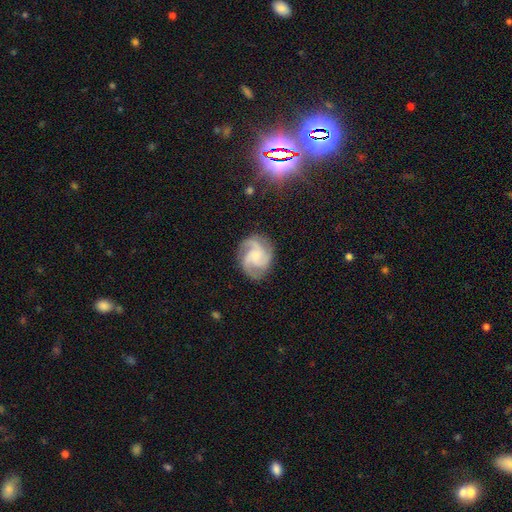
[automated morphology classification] This appears to be a featured or disk galaxy (86%) with no bar (67%), 3 (75%) medium (52%) spiral arms (98%) and a small central bulge (42%). Merging: none (81%).